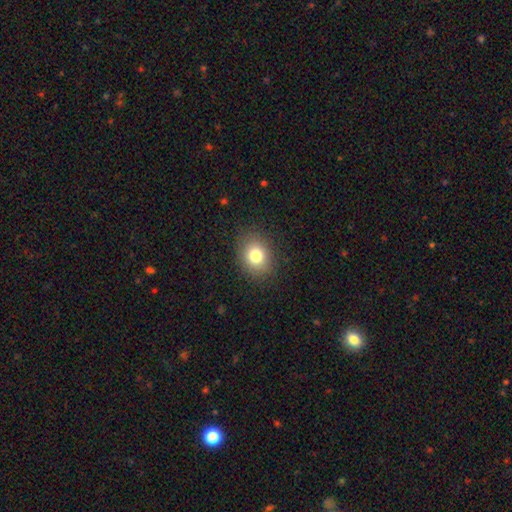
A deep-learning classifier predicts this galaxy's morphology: smooth_or_featured: smooth (p=0.79) [alt: star or artifact p=0.11]
how_rounded: round (p=0.55) [alt: in between p=0.44]
merging: none (p=0.87) [alt: minor disturbance p=0.09]